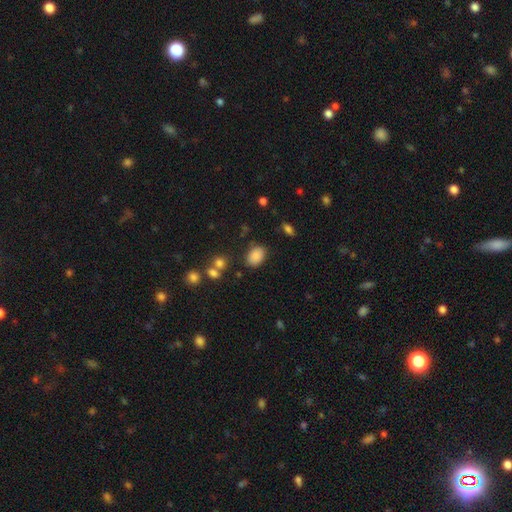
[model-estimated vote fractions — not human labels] This appears to be a smooth galaxy with no disk features (86%) that is in between round and cigar-shaped (81%). Merging: none (79%).